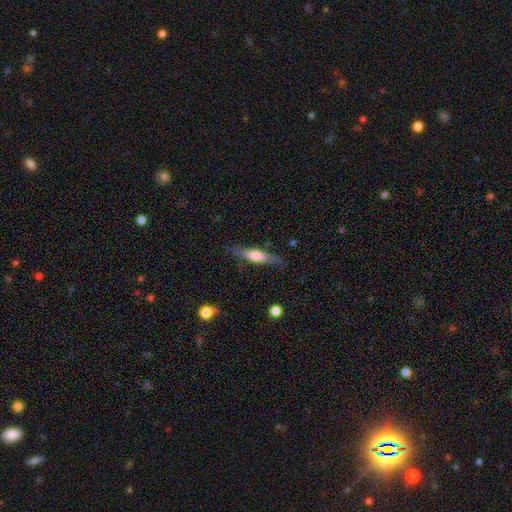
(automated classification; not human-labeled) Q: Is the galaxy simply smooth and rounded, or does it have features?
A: smooth — 51%.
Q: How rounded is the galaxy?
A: cigar-shaped — 72%.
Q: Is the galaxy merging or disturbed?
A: none — 80%.